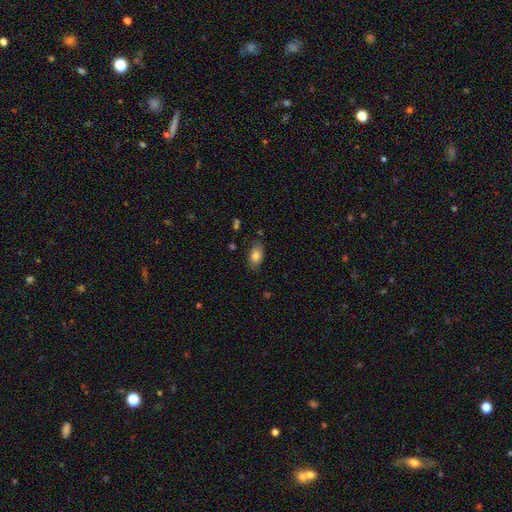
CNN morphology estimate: A smooth galaxy with no disk features (82%) that is in between round and cigar-shaped (90%). Merging: none (83%).